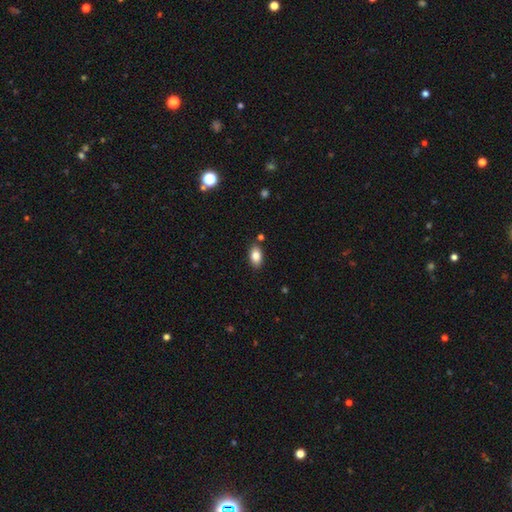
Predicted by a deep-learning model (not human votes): Morphology: type=smooth (85%); roundness=in between (90%); merging=none (84%).